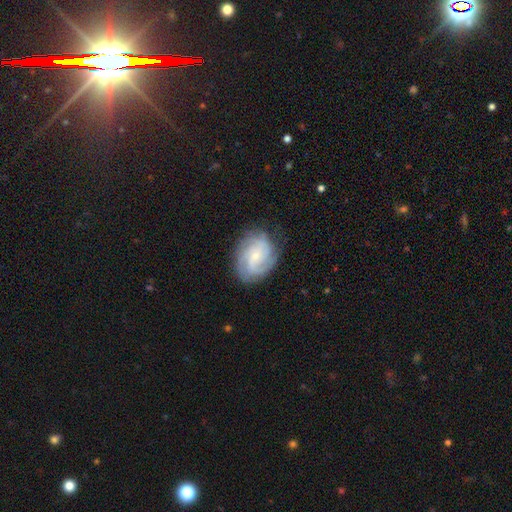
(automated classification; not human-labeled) Morphology: type=featured or disk (79%); edge-on=no (98%); bar=no (61%); spiral arms=yes (96%); winding=tight (56%); arm count=3 (32%); bulge=small (72%); merging=none (77%).